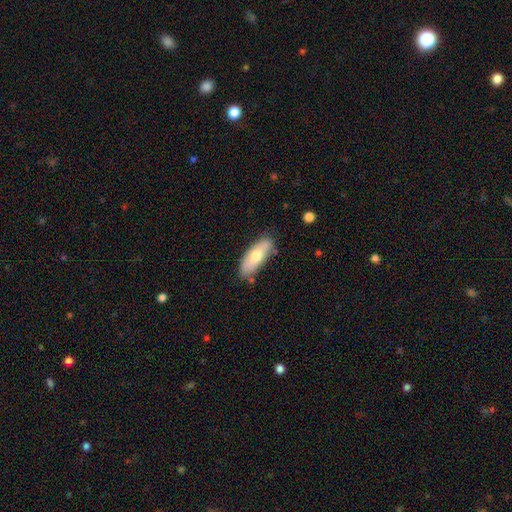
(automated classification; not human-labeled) smooth-or-featured: smooth: 66% | featured or disk: 28% | star or artifact: 6%
  how-rounded: in between: 77% | cigar-shaped: 21% | round: 2%
  merging: none: 77% | minor disturbance: 17% | major disturbance: 3% | merger: 3%